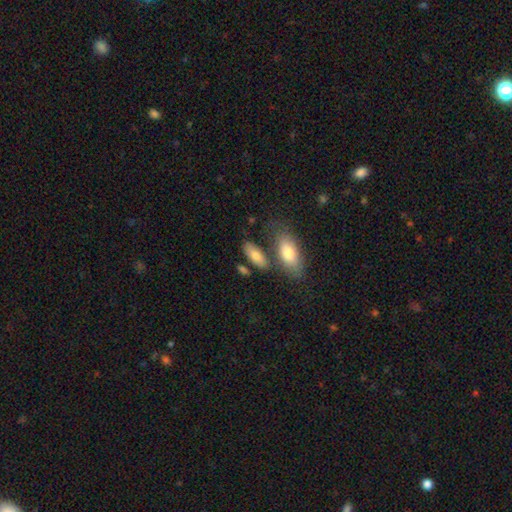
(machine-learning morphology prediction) Overall: smooth (77%). How rounded: in between (81%). Merging: none (59%; merger 19%).